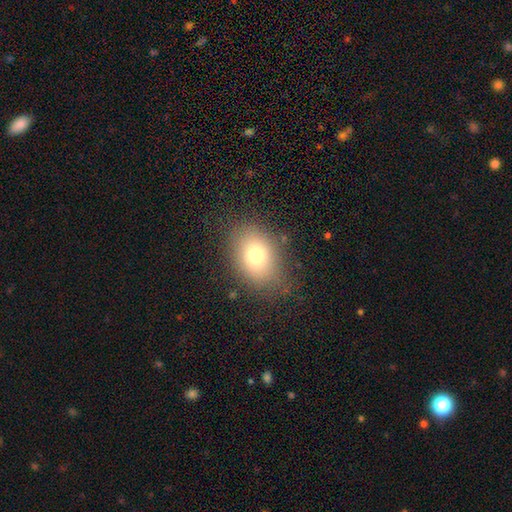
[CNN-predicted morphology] A smooth galaxy with no disk features (77%) that is in between round and cigar-shaped (76%).

Vote fractions:
- Smooth or featured? smooth: 77% / featured or disk: 13% / star or artifact: 11%
- How rounded? in between: 76% / round: 23% / cigar-shaped: 1%
- Merging? none: 78% / minor disturbance: 15% / major disturbance: 6% / merger: 2%